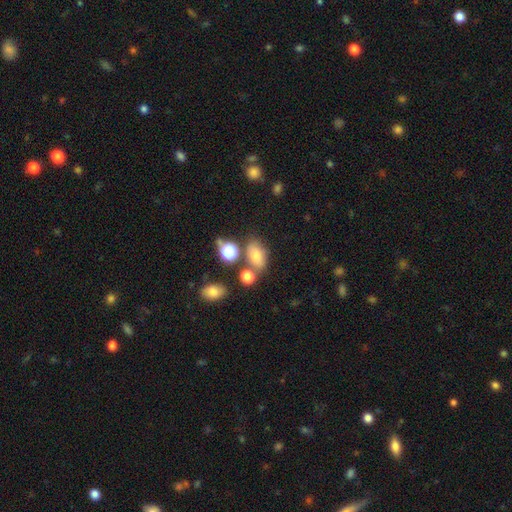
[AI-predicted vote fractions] smooth_or_featured: smooth (p=0.75) [alt: star or artifact p=0.14]
how_rounded: in between (p=0.82) [alt: round p=0.16]
merging: none (p=0.60) [alt: merger p=0.18]